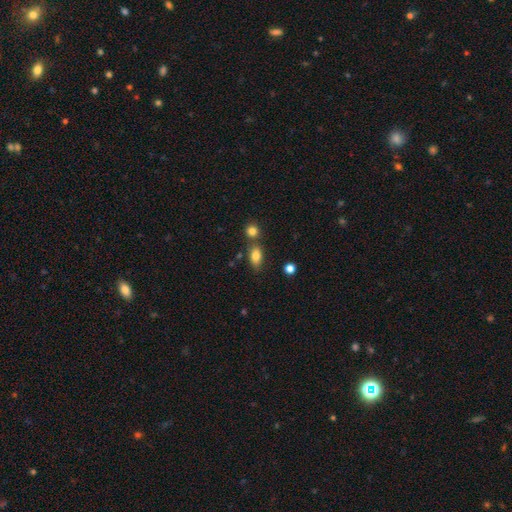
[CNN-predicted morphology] Smooth or featured?
  - smooth: 82% *
  - star or artifact: 10%
  - featured or disk: 9%
How rounded?
  - in between: 84% *
  - round: 12%
  - cigar-shaped: 5%
Merging?
  - none: 62% *
  - merger: 20%
  - minor disturbance: 14%
  - major disturbance: 4%